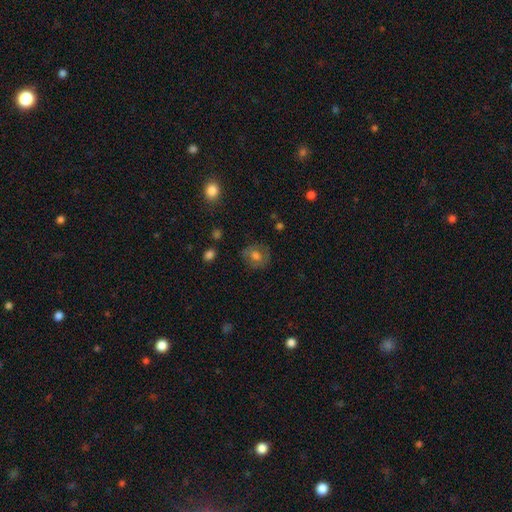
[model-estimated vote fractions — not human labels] A smooth galaxy with no disk features (62%) that is round (75%).

Vote fractions:
- Smooth or featured? smooth: 62% / featured or disk: 27% / star or artifact: 11%
- How rounded? round: 75% / in between: 24% / cigar-shaped: 1%
- Merging? none: 77% / minor disturbance: 15% / major disturbance: 6% / merger: 2%